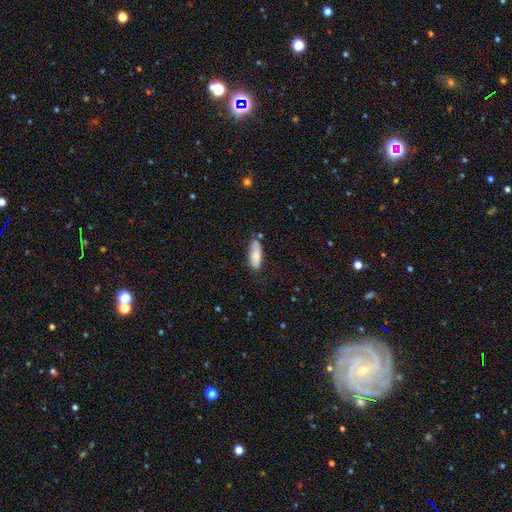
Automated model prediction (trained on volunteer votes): smooth_or_featured: smooth (p=0.81) [alt: featured or disk p=0.12]
how_rounded: in between (p=0.71) [alt: cigar-shaped p=0.27]
merging: none (p=0.66) [alt: minor disturbance p=0.25]